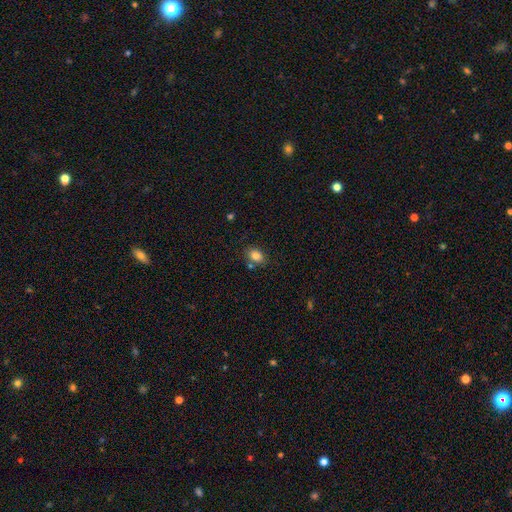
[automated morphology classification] Smooth or featured?
  - smooth: 84% *
  - star or artifact: 10%
  - featured or disk: 6%
How rounded?
  - in between: 69% *
  - round: 30%
  - cigar-shaped: 1%
Merging?
  - none: 75% *
  - minor disturbance: 14%
  - merger: 8%
  - major disturbance: 4%